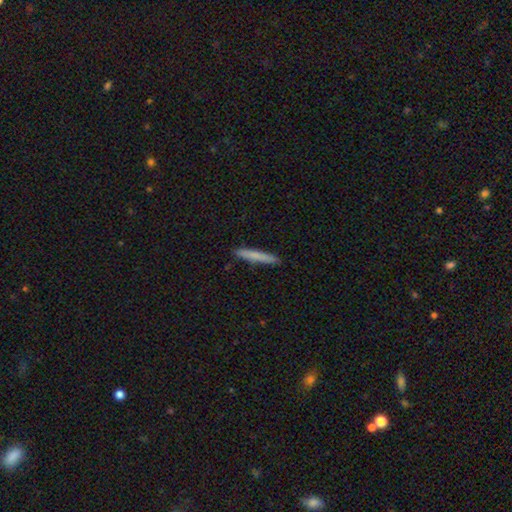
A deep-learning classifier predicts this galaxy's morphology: Overall: smooth (76%). How rounded: cigar-shaped (96%). Merging: none (90%).